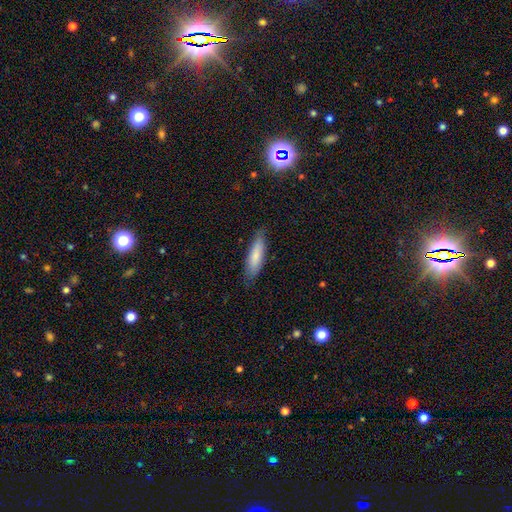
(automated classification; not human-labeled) Morphology: type=smooth (80%); roundness=cigar-shaped (59%); merging=none (80%).